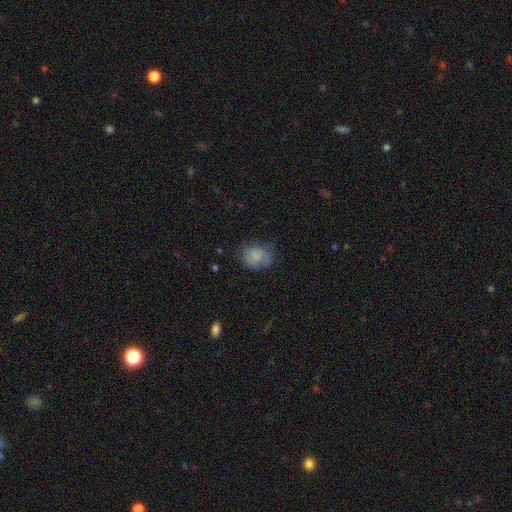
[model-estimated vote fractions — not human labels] The model was most divided on "how rounded": round: 60%, in between: 39%, cigar-shaped: 1%. More confident: smooth or featured — smooth (75%); merging — none (58%).